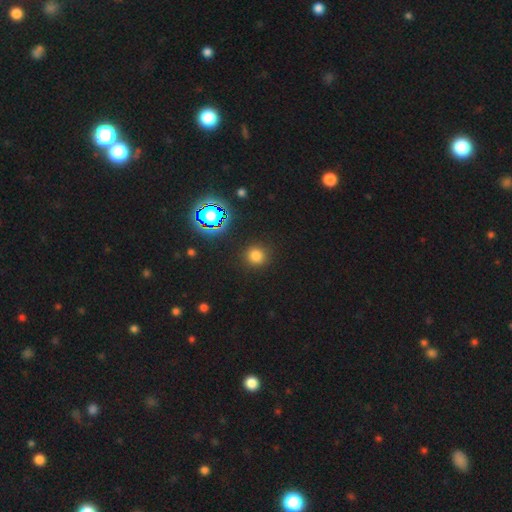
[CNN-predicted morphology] Smooth or featured?
  - smooth: 74% *
  - star or artifact: 21%
  - featured or disk: 5%
How rounded?
  - round: 91% *
  - in between: 8%
  - cigar-shaped: 1%
Merging?
  - none: 89% *
  - minor disturbance: 7%
  - major disturbance: 3%
  - merger: 1%